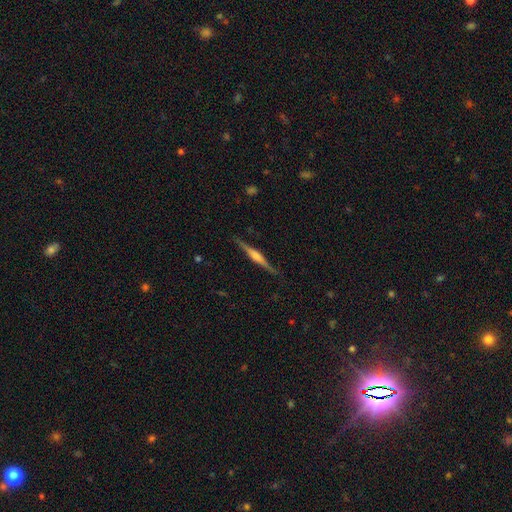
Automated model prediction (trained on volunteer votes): The model was most divided on "edge-on bulge": rounded: 77%, boxy: 17%, none: 6%. More confident: edge-on disk — yes (98%); merging — none (90%); smooth or featured — featured or disk (81%).